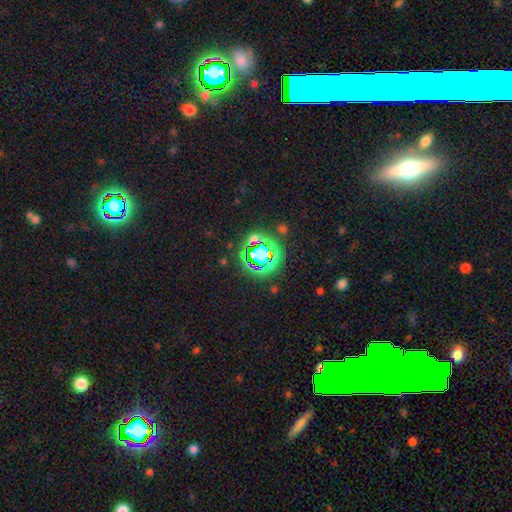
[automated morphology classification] star or artifact 68%, smooth 16%, featured or disk 15%.